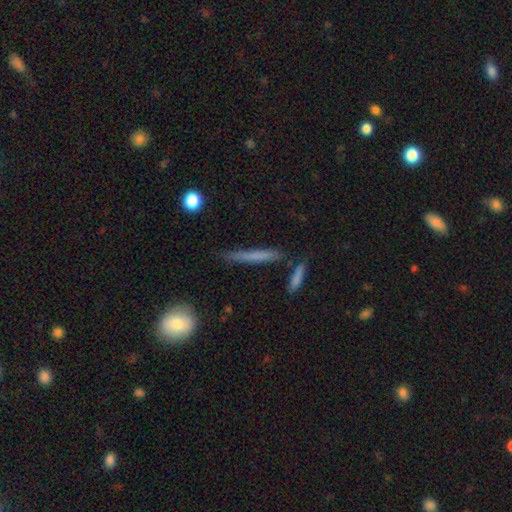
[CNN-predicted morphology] Smooth or featured?
  - smooth: 60% *
  - featured or disk: 32%
  - star or artifact: 7%
How rounded?
  - cigar-shaped: 93% *
  - in between: 4%
  - round: 3%
Merging?
  - none: 80% *
  - minor disturbance: 13%
  - merger: 4%
  - major disturbance: 3%